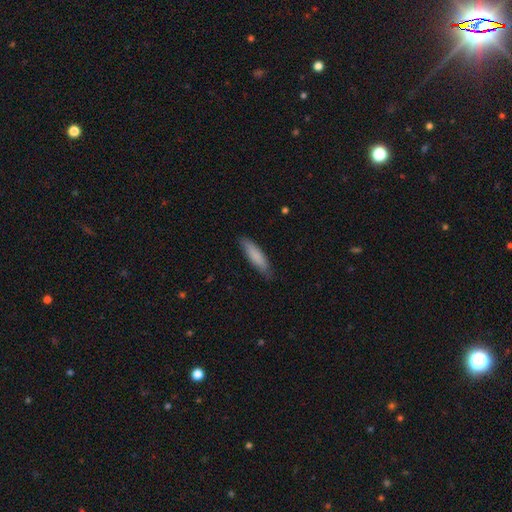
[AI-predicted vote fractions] The model was most divided on "how rounded": cigar-shaped: 71%, in between: 28%, round: 1%. More confident: smooth or featured — smooth (83%); merging — none (83%).